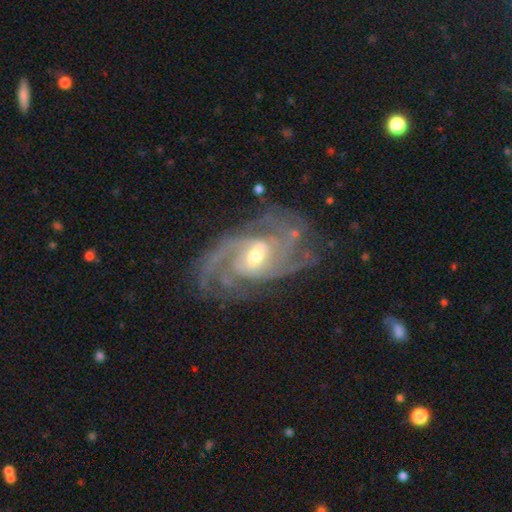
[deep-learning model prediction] smooth_or_featured: featured or disk (p=0.91) [alt: star or artifact p=0.05]
disk_edge_on: no (p=0.97) [alt: yes p=0.03]
bar: weak (p=0.53) [alt: no p=0.26]
has_spiral_arms: yes (p=0.98) [alt: no p=0.02]
spiral_winding: medium (p=0.45) [tied with: tight p=0.45]
spiral_arm_count: 2 (p=0.30) [alt: 3 p=0.27]
bulge_size: moderate (p=0.53) [alt: small p=0.42]
merging: none (p=0.72) [alt: minor disturbance p=0.18]